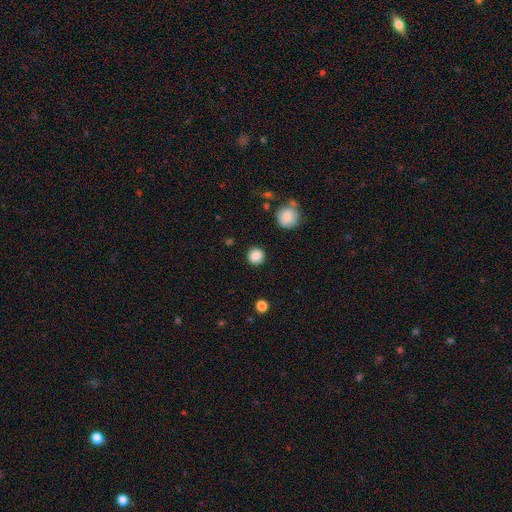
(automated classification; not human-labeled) Smooth or featured? Predicted: smooth (p=0.86). How rounded? Predicted: round (p=0.94). Merging? Predicted: none (p=0.90).